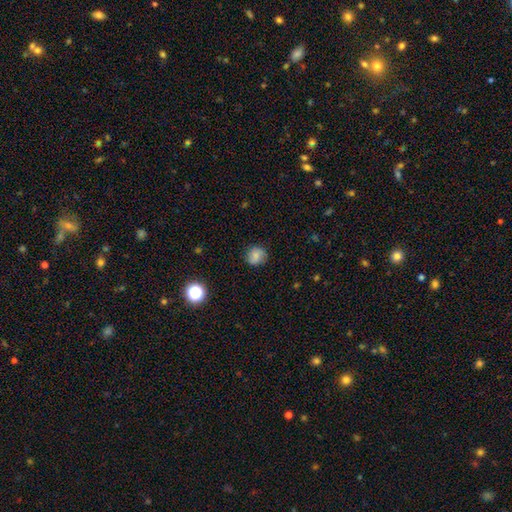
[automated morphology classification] smooth 76%, featured or disk 13%, star or artifact 11%. Down the decision tree: how rounded — round (83%); merging — none (82%).